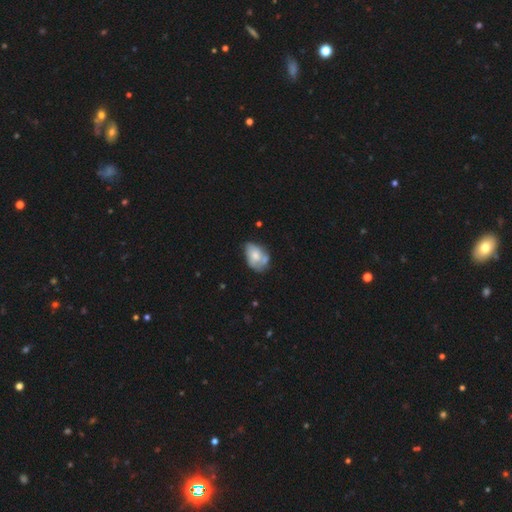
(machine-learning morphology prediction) smooth_or_featured: smooth (p=0.53) [alt: featured or disk p=0.40]
how_rounded: in between (p=0.82) [alt: round p=0.17]
merging: none (p=0.34) [alt: minor disturbance p=0.29]